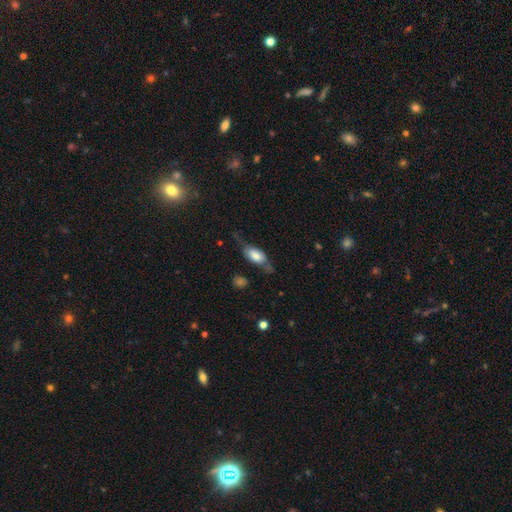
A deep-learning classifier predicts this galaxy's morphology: A smooth galaxy with no disk features (60%) that is in between round and cigar-shaped (83%). Merging: none (48%).